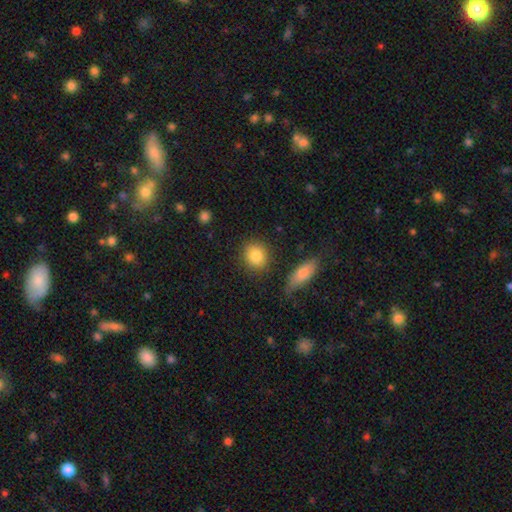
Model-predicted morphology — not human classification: Overall: smooth (85%). How rounded: round (78%). Merging: none (84%).